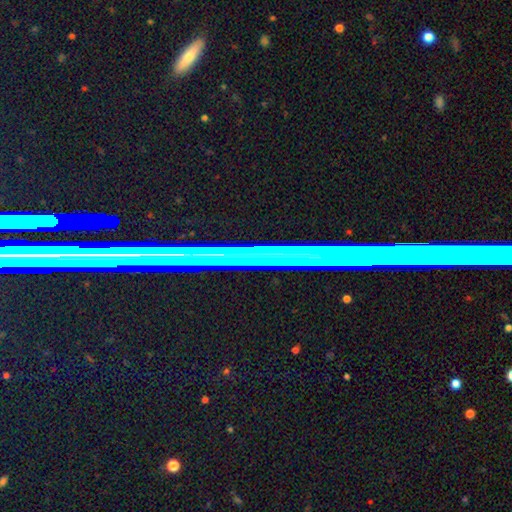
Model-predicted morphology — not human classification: Q: Smooth or featured?
A: star or artifact (63%); runner-up: featured or disk (24%)